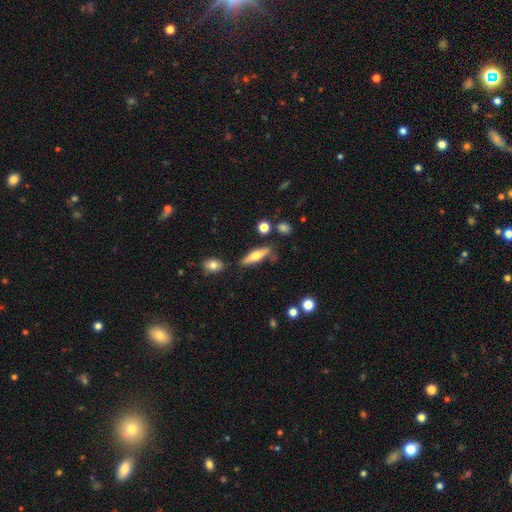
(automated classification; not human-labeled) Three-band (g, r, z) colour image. It shows a smooth galaxy with no disk features (49%). Merging: none (72%).